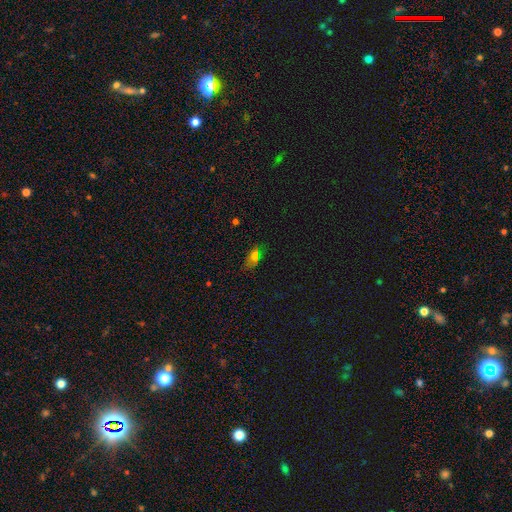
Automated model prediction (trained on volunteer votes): Q: Smooth or featured?
A: smooth (57%); runner-up: star or artifact (29%)
Q: How rounded?
A: in between (80%); runner-up: round (11%)
Q: Merging?
A: none (63%); runner-up: minor disturbance (24%)